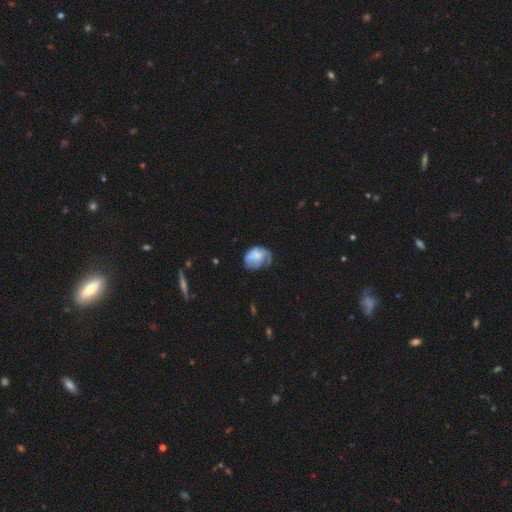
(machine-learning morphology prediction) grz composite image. It shows a smooth galaxy with no disk features (59%) that is in between round and cigar-shaped (61%). Merging: minor disturbance (36%).